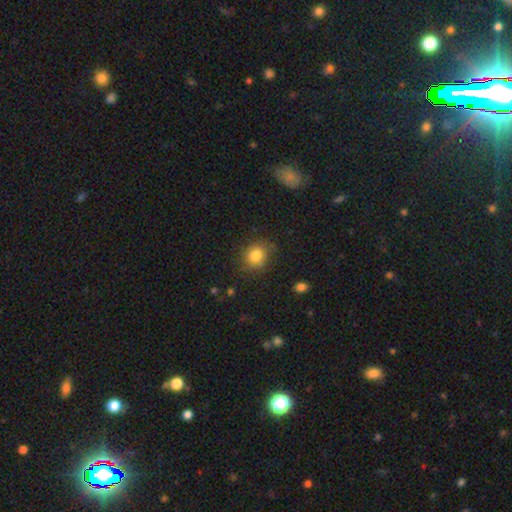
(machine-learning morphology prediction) smooth 81%, star or artifact 10%, featured or disk 9%. Down the decision tree: how rounded — round (71%); merging — none (78%).